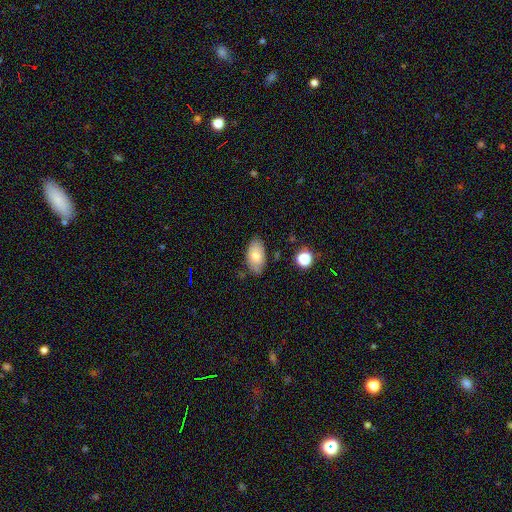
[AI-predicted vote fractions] Smooth or featured? Predicted: smooth (p=0.77). How rounded? Predicted: in between (p=0.93). Merging? Predicted: none (p=0.79).